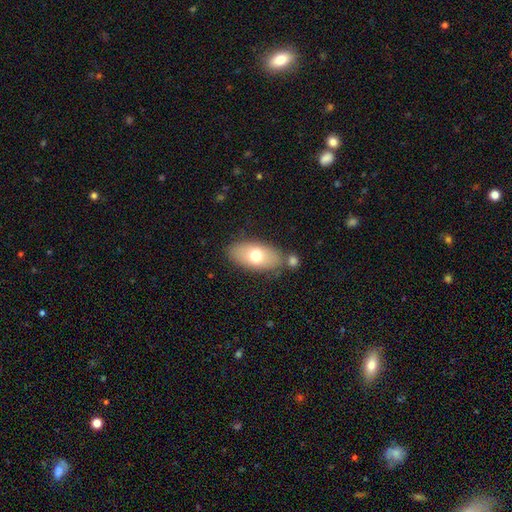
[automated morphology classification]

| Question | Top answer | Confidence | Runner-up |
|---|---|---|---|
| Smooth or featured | smooth | 69% | featured or disk (24%) |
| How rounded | in between | 90% | cigar-shaped (5%) |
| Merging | none | 73% | minor disturbance (13%) |